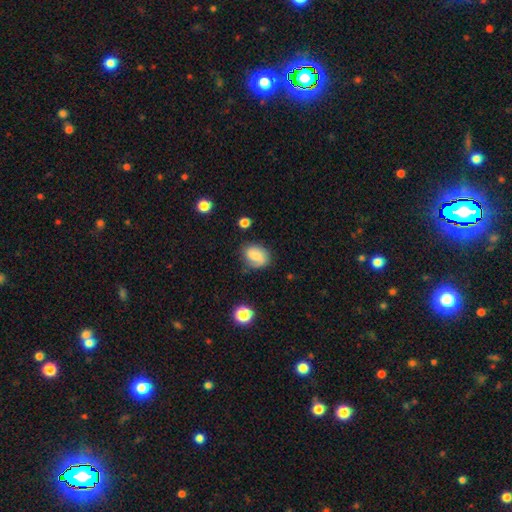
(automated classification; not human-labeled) The model was most divided on "smooth or featured": smooth: 55%, featured or disk: 35%, star or artifact: 9%. More confident: merging — none (65%); how rounded — in between (65%).